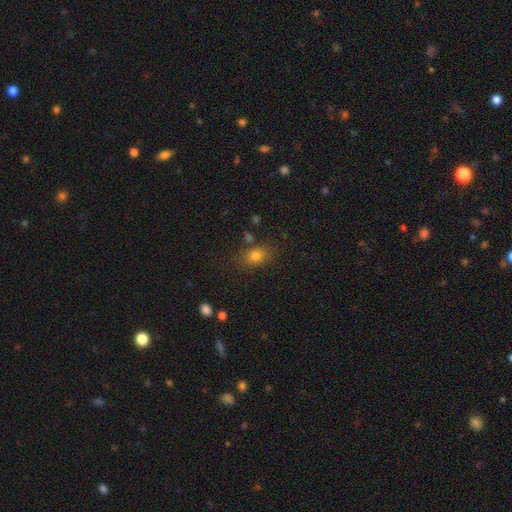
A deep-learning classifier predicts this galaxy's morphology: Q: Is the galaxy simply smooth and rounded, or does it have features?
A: smooth — 77%.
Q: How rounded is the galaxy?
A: in between — 63%.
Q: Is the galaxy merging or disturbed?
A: none — 76%.